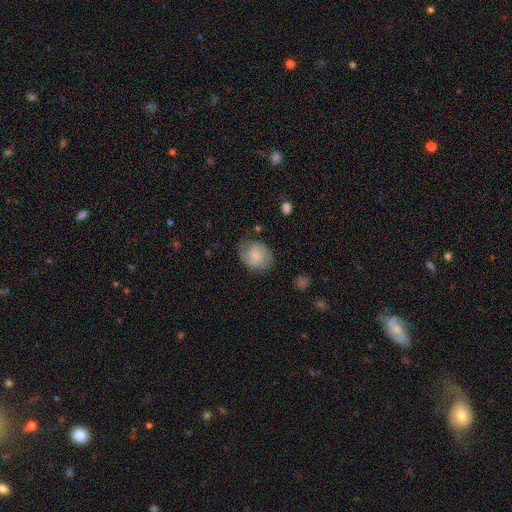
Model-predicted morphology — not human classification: This is possibly a featured or disk galaxy (47%). Merging: likely none (68%).